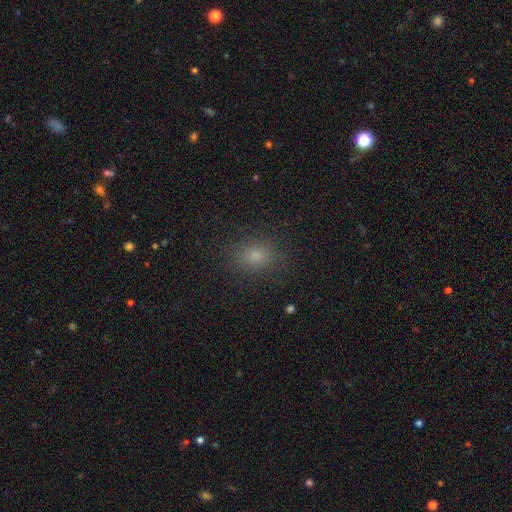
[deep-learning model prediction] smooth 77%, star or artifact 16%, featured or disk 7%. Down the decision tree: how rounded — in between (54%); merging — none (85%).